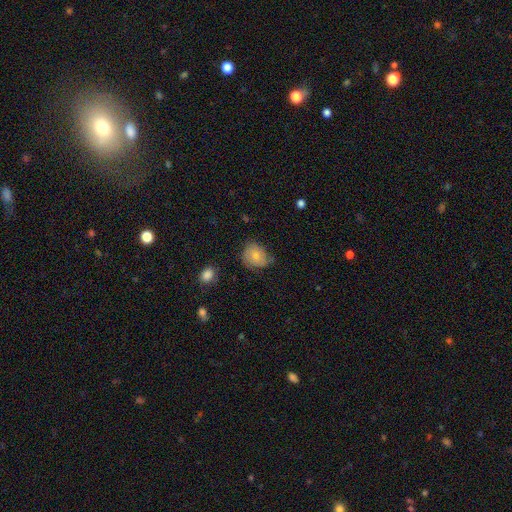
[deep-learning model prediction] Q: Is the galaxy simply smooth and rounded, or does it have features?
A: smooth — 68%.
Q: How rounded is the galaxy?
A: round — 63%.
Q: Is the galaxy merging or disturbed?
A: none — 56%.